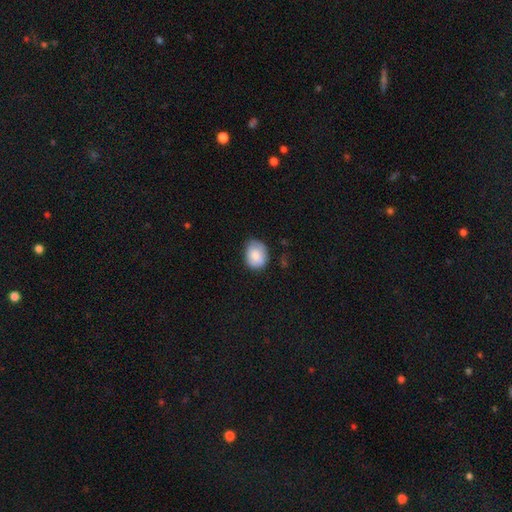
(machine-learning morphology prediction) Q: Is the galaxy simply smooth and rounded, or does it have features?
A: smooth — 81%.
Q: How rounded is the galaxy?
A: in between — 52%.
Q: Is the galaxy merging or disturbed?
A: none — 70%.